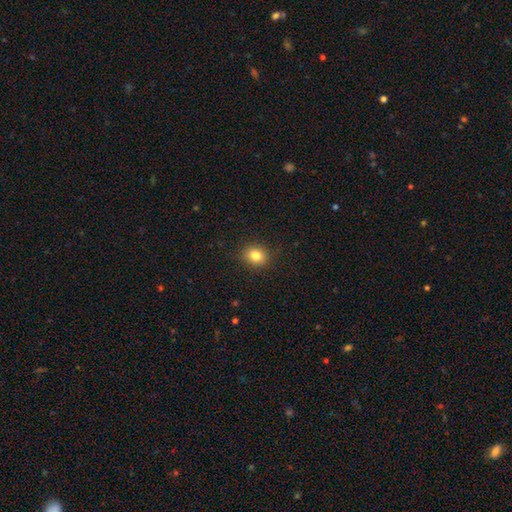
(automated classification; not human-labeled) This appears to be a smooth galaxy with no disk features (82%) that is round (68%). Merging: none (89%).